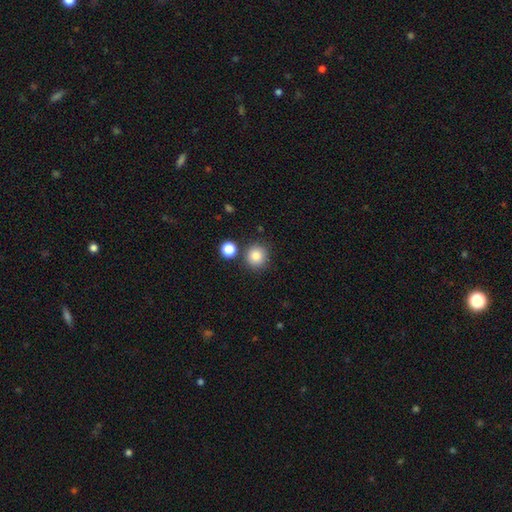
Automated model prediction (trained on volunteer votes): This appears to be a smooth galaxy with no disk features (84%) that is round (92%). Merging: none (82%).